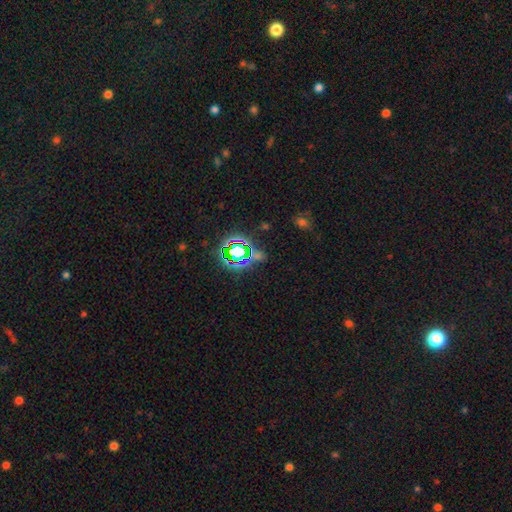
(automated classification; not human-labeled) The model was most divided on "smooth or featured": star or artifact: 73%, smooth: 18%, featured or disk: 9%.